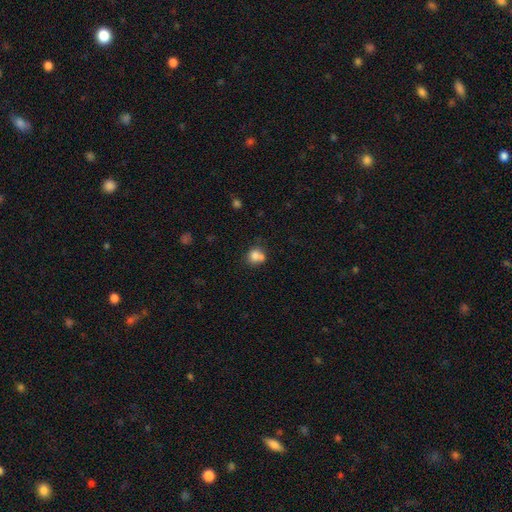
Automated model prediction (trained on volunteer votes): This appears to be a smooth galaxy with no disk features (77%) that is round (78%). Merging: none (43%).